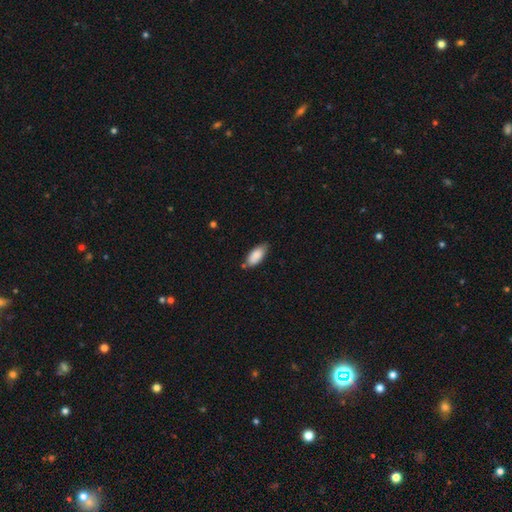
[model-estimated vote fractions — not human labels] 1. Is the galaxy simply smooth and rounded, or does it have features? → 87% smooth, 6% star or artifact, 6% featured or disk.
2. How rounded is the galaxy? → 88% in between, 10% cigar-shaped, 2% round.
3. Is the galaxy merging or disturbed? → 64% none, 28% minor disturbance, 4% merger, 4% major disturbance.